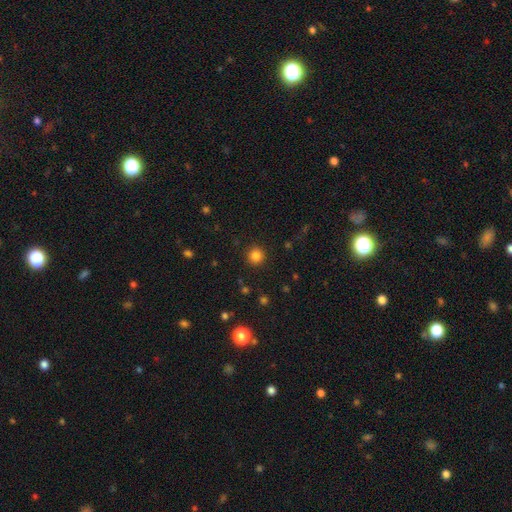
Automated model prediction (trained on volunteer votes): Overall: smooth (84%). How rounded: round (95%). Merging: none (92%).